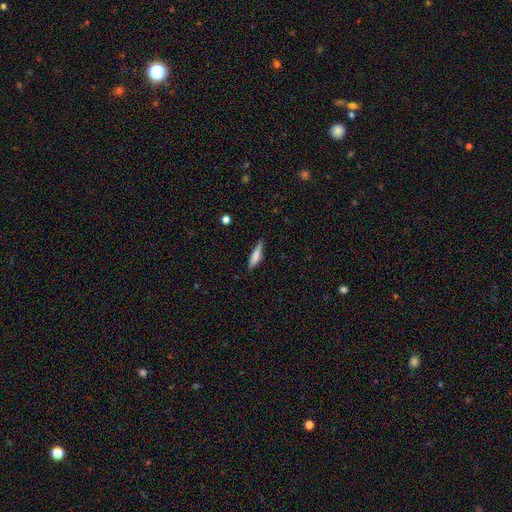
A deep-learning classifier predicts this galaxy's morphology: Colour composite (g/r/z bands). It shows a smooth galaxy with no disk features (71%) that is cigar-shaped (77%). Merging: none (84%).